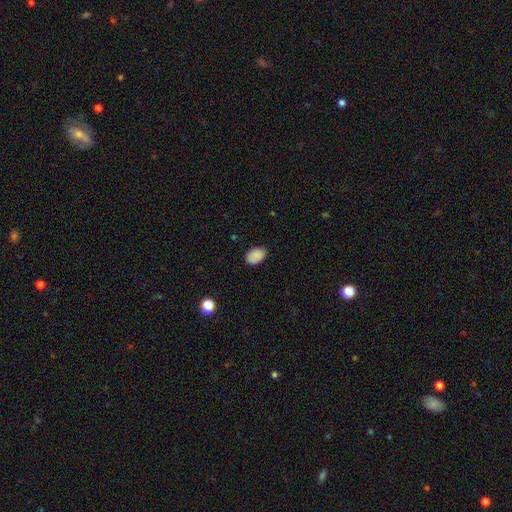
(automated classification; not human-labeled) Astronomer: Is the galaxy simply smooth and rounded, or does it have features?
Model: smooth — 88%.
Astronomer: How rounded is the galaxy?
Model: in between — 85%.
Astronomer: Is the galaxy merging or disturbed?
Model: none — 82%.